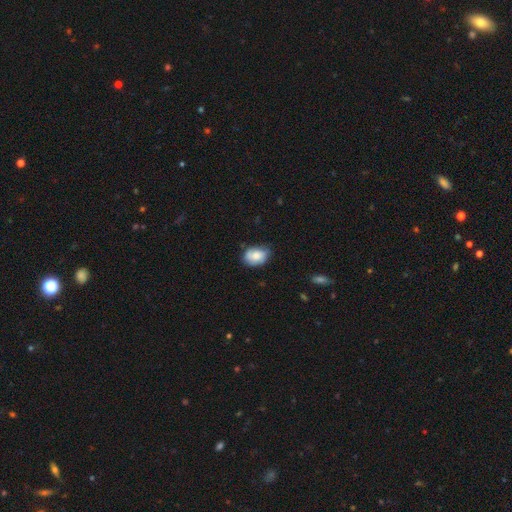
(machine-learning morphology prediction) This appears to be a smooth galaxy with no disk features (76%) that is in between round and cigar-shaped (78%). Merging: none (65%).